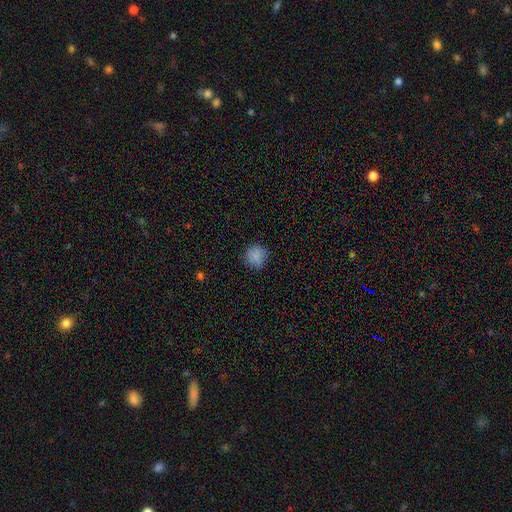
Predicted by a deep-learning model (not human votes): Smooth or featured?
  - smooth: 85% *
  - star or artifact: 11%
  - featured or disk: 4%
How rounded?
  - round: 90% *
  - in between: 9%
  - cigar-shaped: 1%
Merging?
  - none: 84% *
  - minor disturbance: 12%
  - major disturbance: 3%
  - merger: 1%